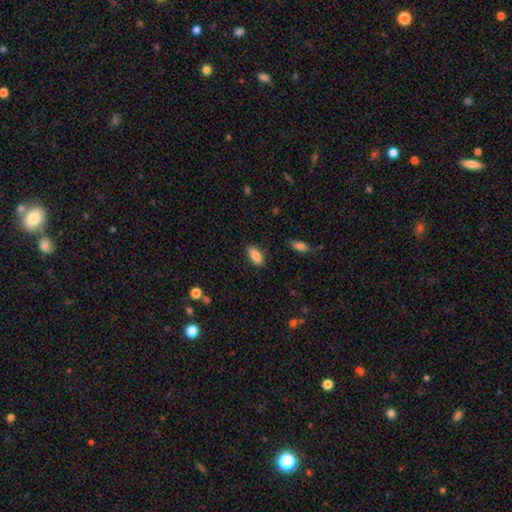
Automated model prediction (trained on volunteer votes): smooth-or-featured: smooth: 86% | star or artifact: 7% | featured or disk: 7%
  how-rounded: in between: 86% | cigar-shaped: 11% | round: 2%
  merging: none: 84% | minor disturbance: 12% | major disturbance: 3% | merger: 2%